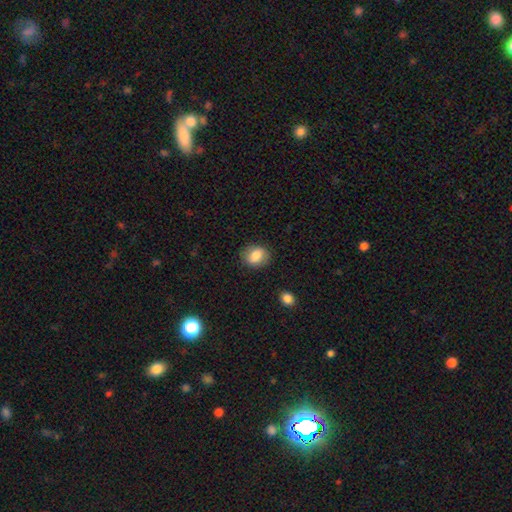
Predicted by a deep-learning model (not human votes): Morphology: type=smooth (82%); roundness=round (51%); merging=none (84%).